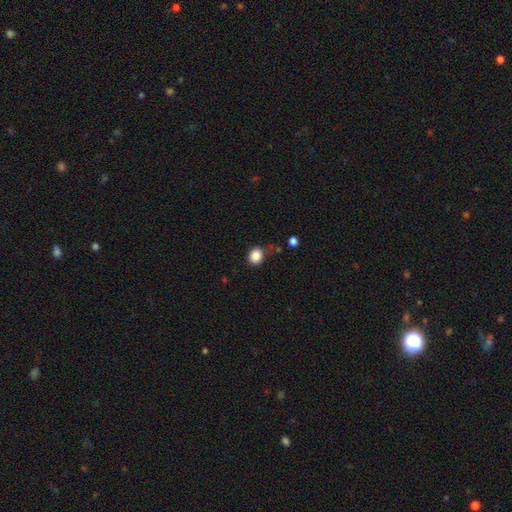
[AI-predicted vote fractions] smooth-or-featured: smooth: 86% | star or artifact: 10% | featured or disk: 4%
  how-rounded: round: 62% | in between: 37% | cigar-shaped: 1%
  merging: none: 68% | minor disturbance: 22% | major disturbance: 6% | merger: 4%